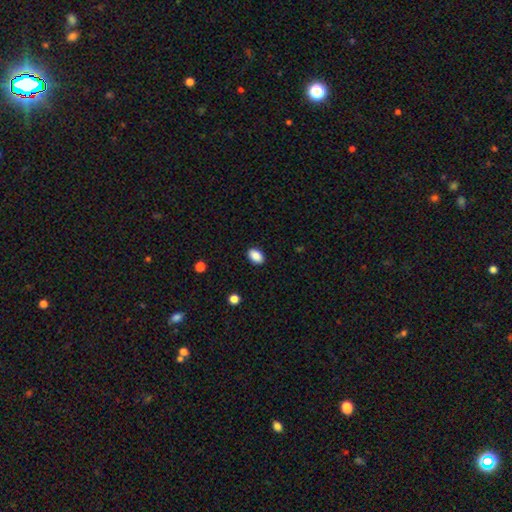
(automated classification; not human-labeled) smooth_or_featured: smooth (p=0.89) [alt: star or artifact p=0.08]
how_rounded: in between (p=0.87) [alt: round p=0.12]
merging: none (p=0.89) [alt: minor disturbance p=0.08]